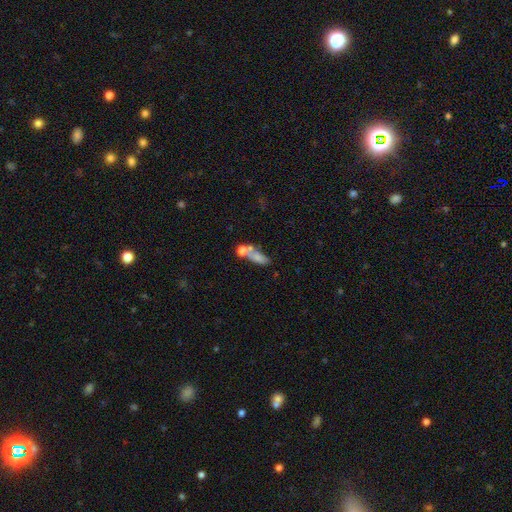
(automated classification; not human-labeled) Overall: smooth (62%; featured or disk 25%). How rounded: in between (57%; cigar-shaped 32%). Merging: none (39%; merger 33%).